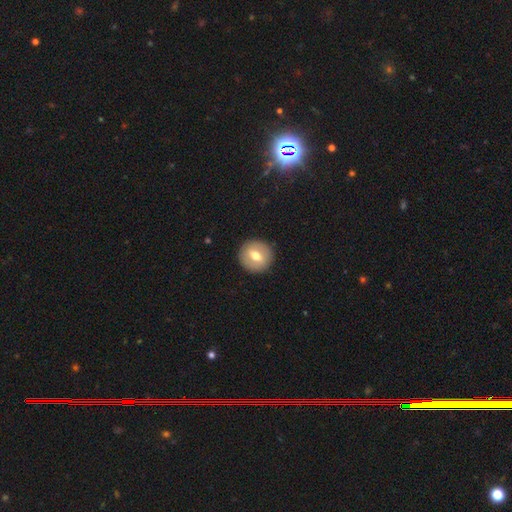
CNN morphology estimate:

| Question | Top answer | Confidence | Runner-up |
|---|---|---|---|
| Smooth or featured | smooth | 59% | featured or disk (34%) |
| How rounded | round | 91% | in between (8%) |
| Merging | none | 90% | minor disturbance (6%) |